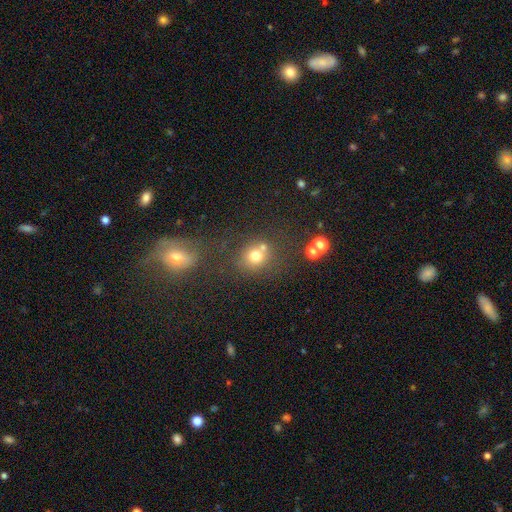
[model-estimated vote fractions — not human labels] Q: Smooth or featured?
A: smooth (72%); runner-up: star or artifact (17%)
Q: How rounded?
A: round (80%); runner-up: in between (19%)
Q: Merging?
A: none (59%); runner-up: merger (22%)